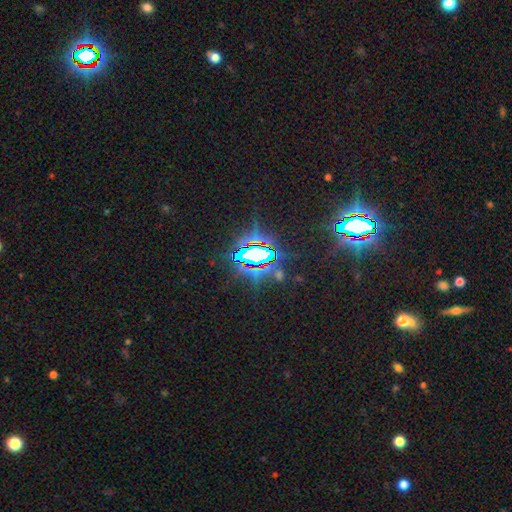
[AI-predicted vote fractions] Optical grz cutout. It shows a star or artifact, not a galaxy (76%).